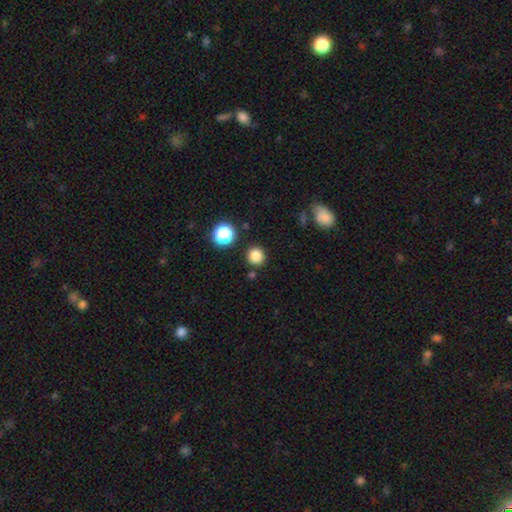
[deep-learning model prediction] This appears to be a smooth galaxy with no disk features (83%) that is round (93%). Merging: none (88%).